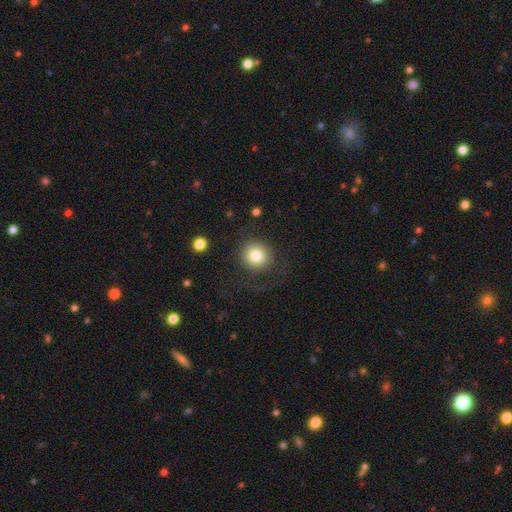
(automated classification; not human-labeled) smooth-or-featured: smooth: 79% | featured or disk: 11% | star or artifact: 10%
  how-rounded: round: 92% | in between: 7% | cigar-shaped: 1%
  merging: none: 74% | major disturbance: 13% | minor disturbance: 11% | merger: 2%